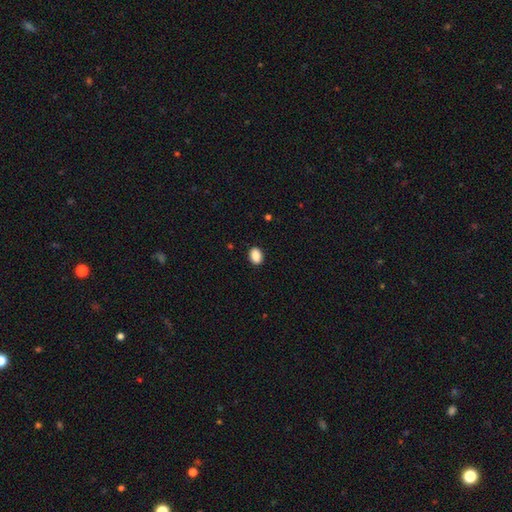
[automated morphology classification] This appears to be a smooth galaxy with no disk features (89%) that is in between round and cigar-shaped (72%). Merging: none (90%).